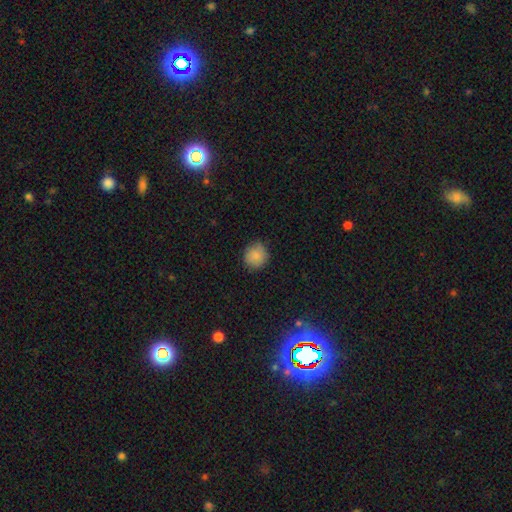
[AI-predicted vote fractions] Smooth or featured? smooth (86%)
How rounded? round (89%)
Merging? none (85%)